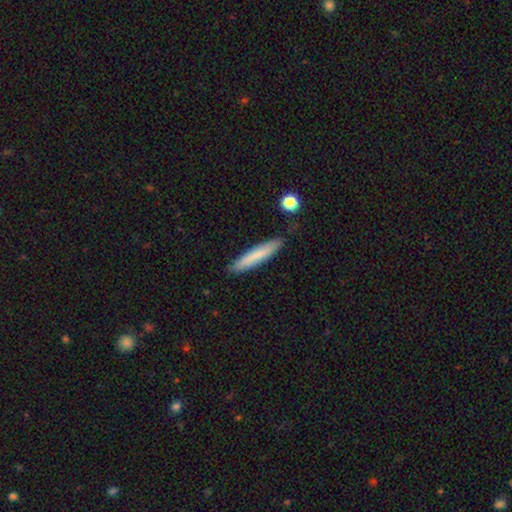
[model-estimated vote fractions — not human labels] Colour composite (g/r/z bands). It shows a smooth galaxy with no disk features (75%) that is cigar-shaped (90%). Merging: none (84%).